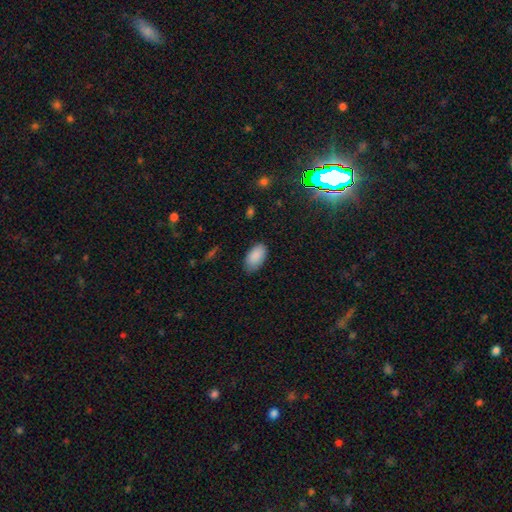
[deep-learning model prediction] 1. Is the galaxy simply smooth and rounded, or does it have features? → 89% smooth, 7% star or artifact, 4% featured or disk.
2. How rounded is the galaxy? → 95% in between, 3% round, 2% cigar-shaped.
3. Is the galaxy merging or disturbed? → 80% none, 16% minor disturbance, 3% major disturbance, 1% merger.